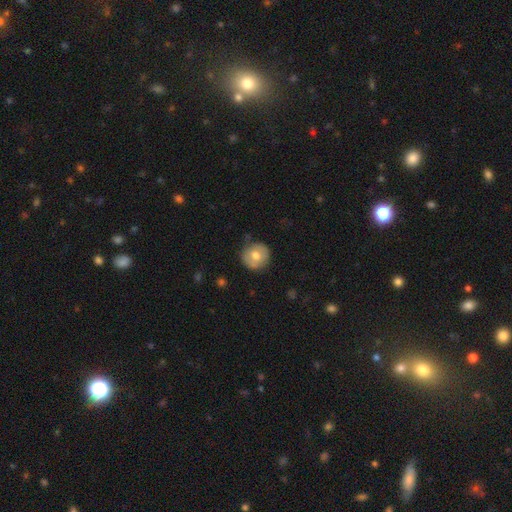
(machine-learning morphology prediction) Smooth or featured?
  - smooth: 68% *
  - featured or disk: 25%
  - star or artifact: 7%
How rounded?
  - round: 92% *
  - in between: 7%
  - cigar-shaped: 1%
Merging?
  - none: 83% *
  - minor disturbance: 13%
  - major disturbance: 3%
  - merger: 2%